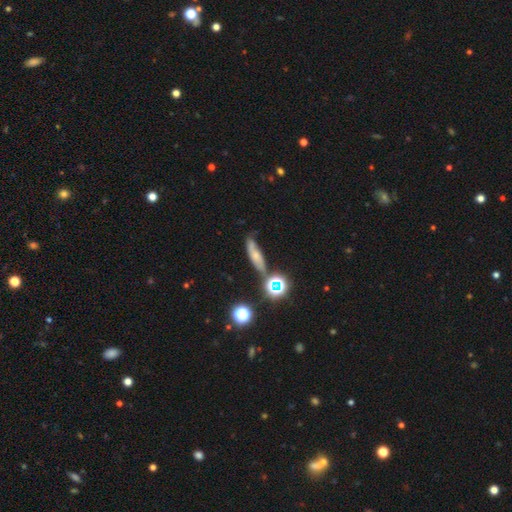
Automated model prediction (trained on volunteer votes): Overall: smooth (50%; featured or disk 30%). How rounded: cigar-shaped (55%; in between 32%). Merging: none (62%).